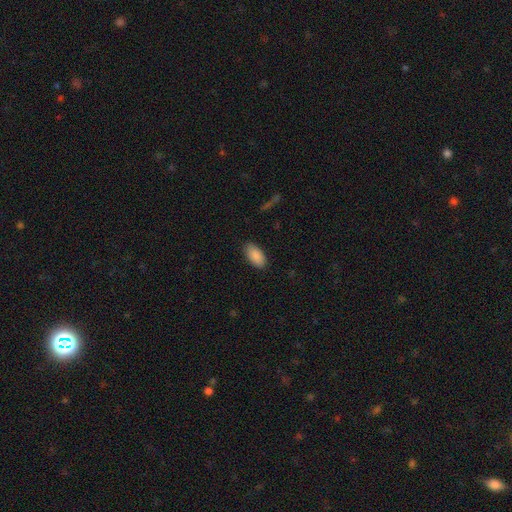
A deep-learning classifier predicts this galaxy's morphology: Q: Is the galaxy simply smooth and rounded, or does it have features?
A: smooth — 90%.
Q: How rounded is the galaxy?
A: in between — 94%.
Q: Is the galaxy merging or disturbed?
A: none — 87%.